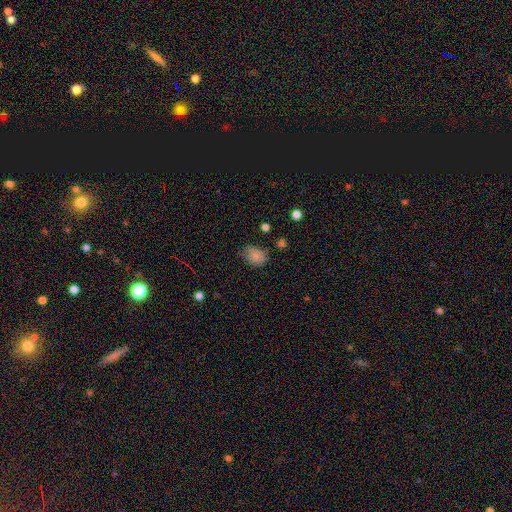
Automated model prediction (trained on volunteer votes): smooth 82%, star or artifact 11%, featured or disk 7%. Down the decision tree: how rounded — in between (60%); merging — none (57%).